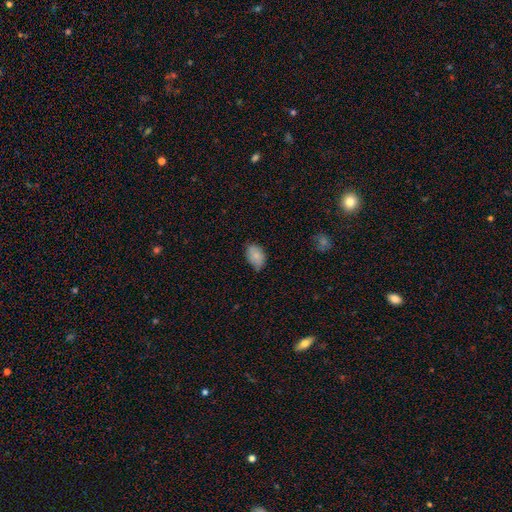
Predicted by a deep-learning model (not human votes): This appears to be a smooth galaxy with no disk features (84%) that is in between round and cigar-shaped (88%). Merging: none (68%).